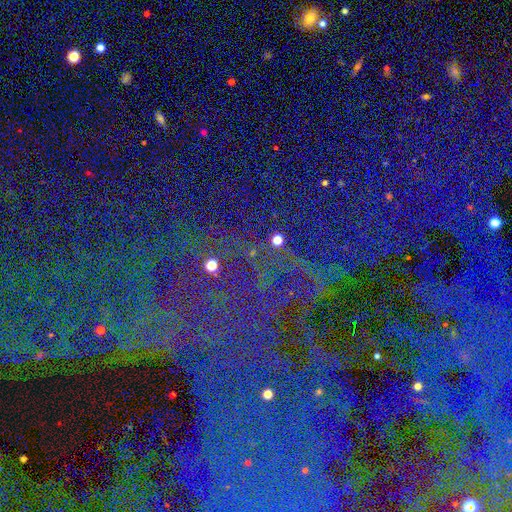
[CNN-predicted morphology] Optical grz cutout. It shows a star or artifact, not a galaxy (86%).